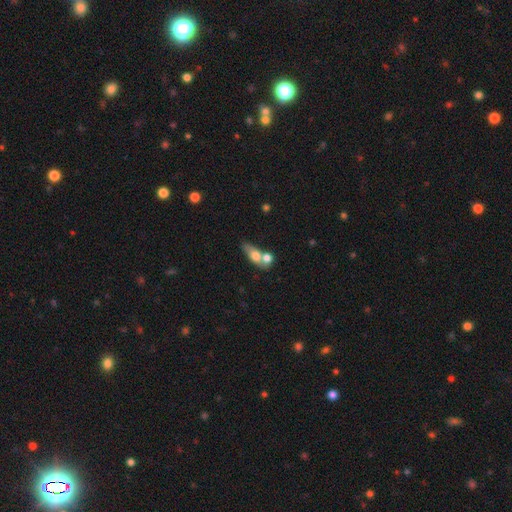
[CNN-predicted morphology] A smooth galaxy with no disk features (68%) that is in between round and cigar-shaped (65%).

Vote fractions:
- Smooth or featured? smooth: 68% / featured or disk: 24% / star or artifact: 8%
- How rounded? in between: 65% / round: 20% / cigar-shaped: 16%
- Merging? merger: 56% / none: 27% / minor disturbance: 11% / major disturbance: 7%